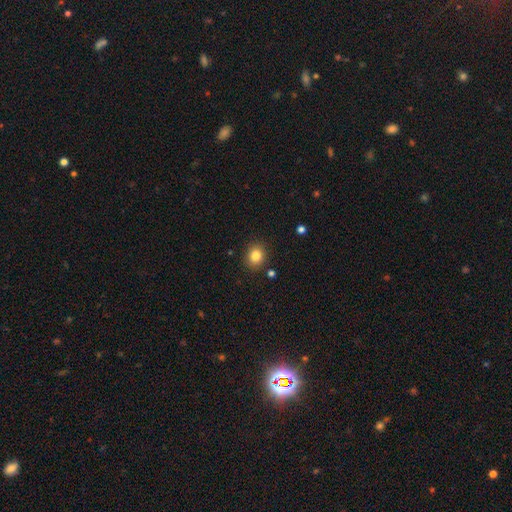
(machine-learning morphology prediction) This appears to be a smooth galaxy with no disk features (83%) that is round (72%). Merging: none (88%).